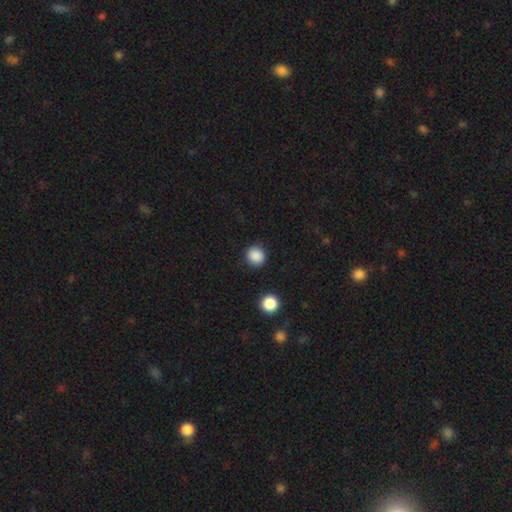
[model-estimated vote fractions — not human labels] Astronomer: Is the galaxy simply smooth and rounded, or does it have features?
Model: smooth — 87%.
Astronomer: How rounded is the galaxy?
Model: round — 91%.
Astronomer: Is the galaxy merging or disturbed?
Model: none — 90%.